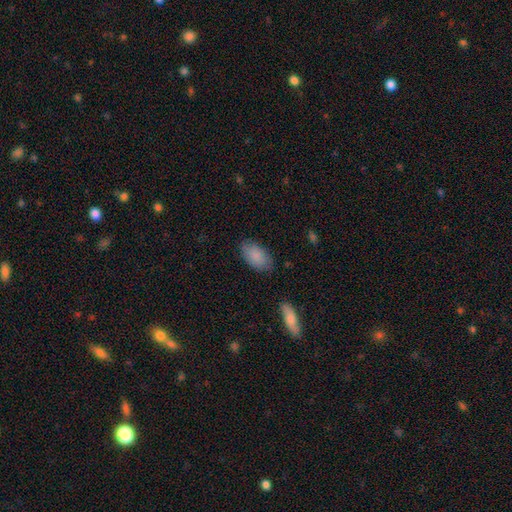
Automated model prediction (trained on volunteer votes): Smooth or featured?
  - smooth: 87% *
  - featured or disk: 7%
  - star or artifact: 6%
How rounded?
  - in between: 94% *
  - round: 3%
  - cigar-shaped: 3%
Merging?
  - none: 83% *
  - minor disturbance: 13%
  - major disturbance: 3%
  - merger: 1%